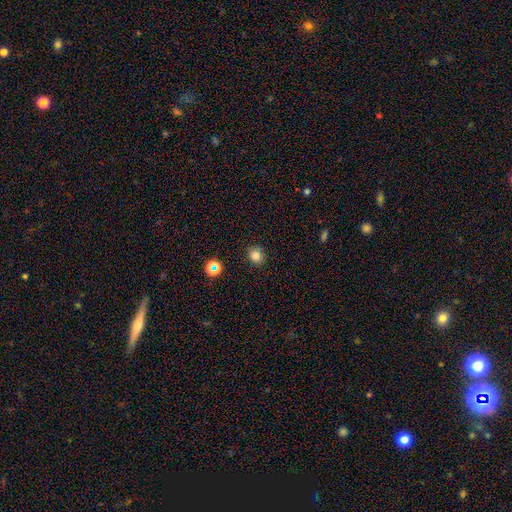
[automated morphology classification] type=smooth (79%); roundness=round (81%); merging=none (89%).